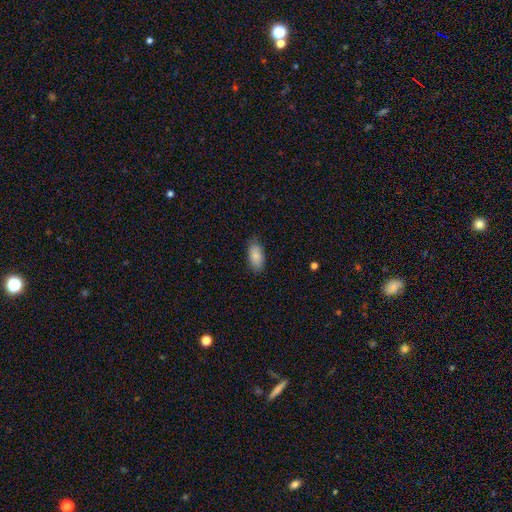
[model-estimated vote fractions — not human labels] This appears to be a smooth galaxy with no disk features (86%) that is in between round and cigar-shaped (93%). Merging: none (81%).